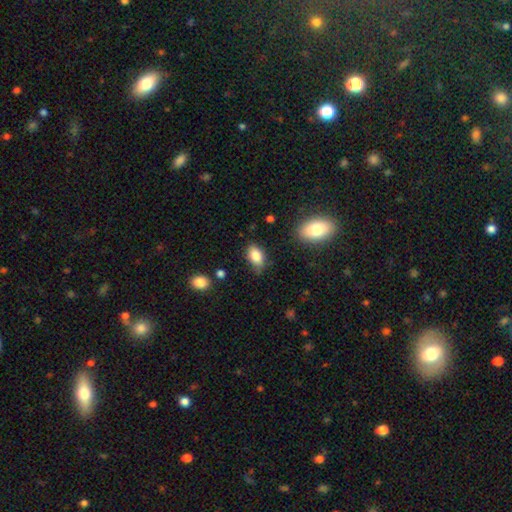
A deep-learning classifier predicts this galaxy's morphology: smooth_or_featured: smooth (p=0.84) [alt: featured or disk p=0.08]
how_rounded: in between (p=0.91) [alt: round p=0.06]
merging: none (p=0.72) [alt: minor disturbance p=0.22]